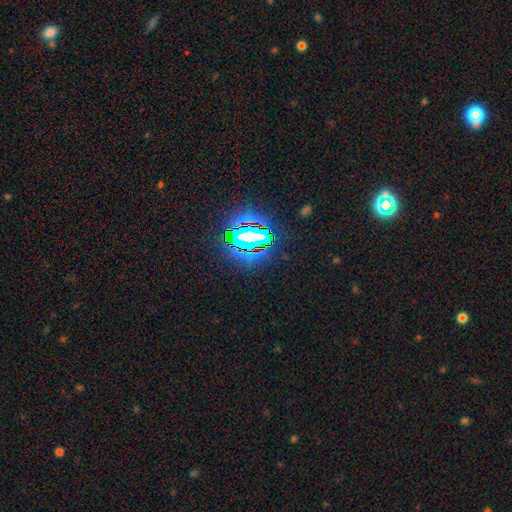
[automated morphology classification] Smooth or featured: star or artifact — 82% (smooth — 11%)